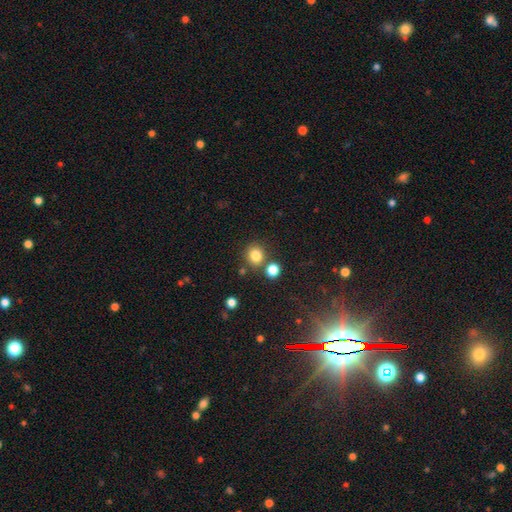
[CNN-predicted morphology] A smooth galaxy with no disk features (81%) that is round (84%). Merging: none (75%).